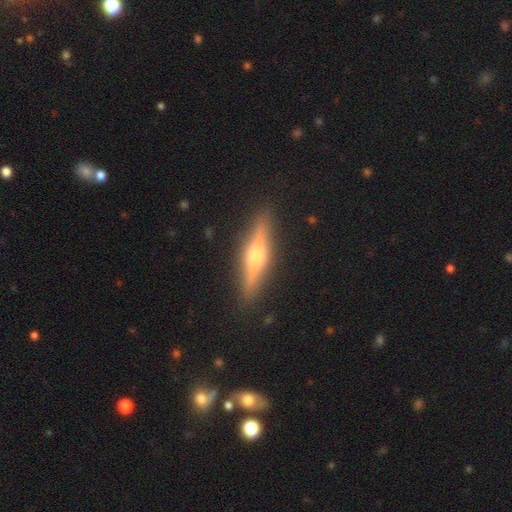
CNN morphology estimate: Overall: featured or disk (59%; smooth 35%). Edge-on disk: yes (95%). Edge-on bulge: rounded (88%). Merging: none (89%).